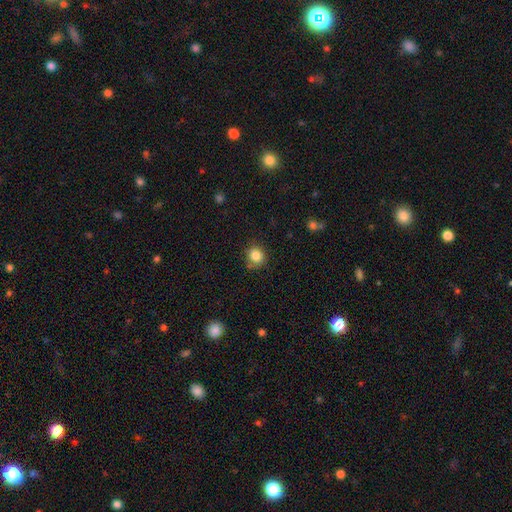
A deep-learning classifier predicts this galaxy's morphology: The model was most divided on "merging": none: 78%, minor disturbance: 14%, merger: 4%, major disturbance: 3%. More confident: how rounded — round (84%); smooth or featured — smooth (84%).